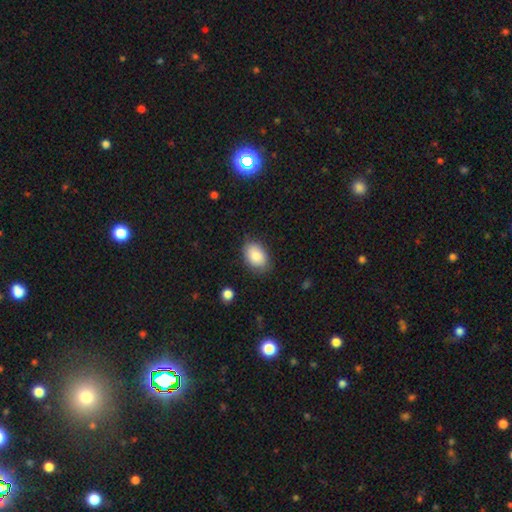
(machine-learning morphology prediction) A smooth galaxy with no disk features (87%) that is in between round and cigar-shaped (83%). Merging: none (79%).